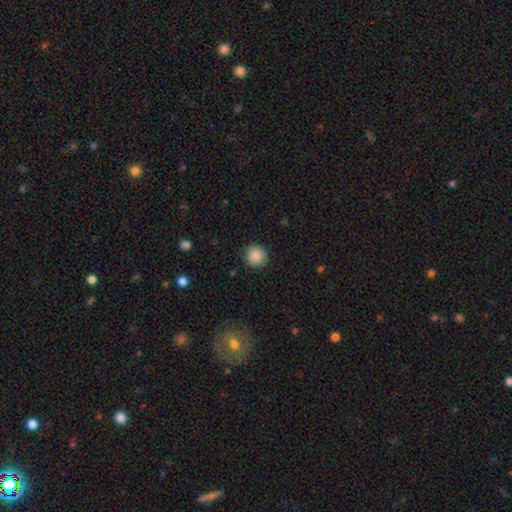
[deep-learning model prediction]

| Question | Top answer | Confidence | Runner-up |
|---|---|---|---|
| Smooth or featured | smooth | 87% | star or artifact (8%) |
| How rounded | round | 94% | in between (5%) |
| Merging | none | 89% | minor disturbance (8%) |